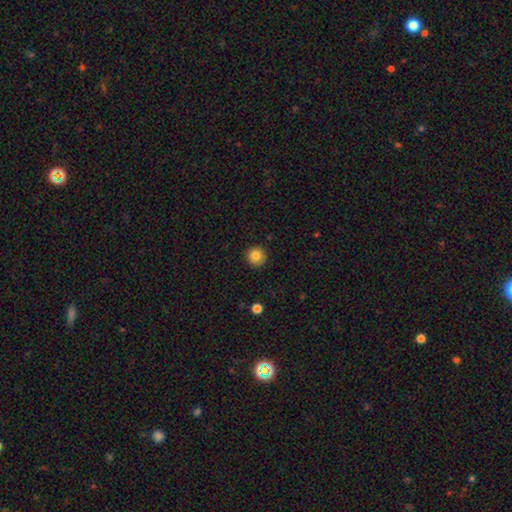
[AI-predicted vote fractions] Smooth or featured? smooth (84%)
How rounded? round (96%)
Merging? none (92%)